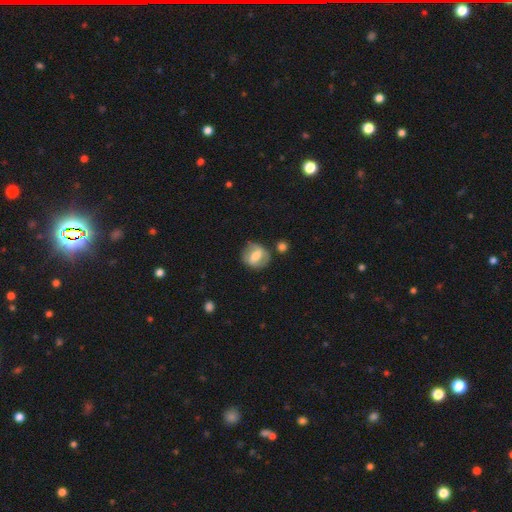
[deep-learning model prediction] Smooth or featured?
  - smooth: 48% *
  - featured or disk: 44%
  - star or artifact: 7%
Merging?
  - none: 71% *
  - minor disturbance: 17%
  - major disturbance: 6%
  - merger: 6%